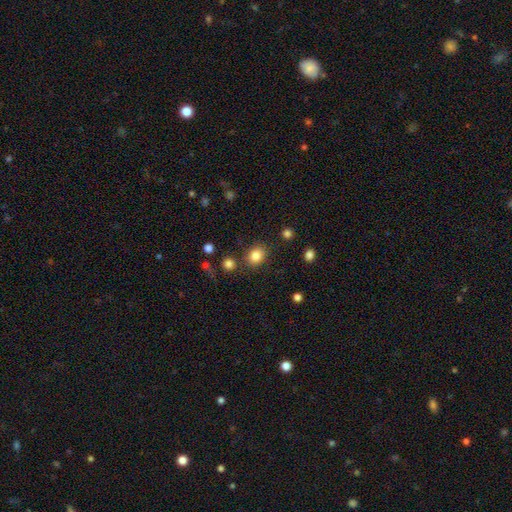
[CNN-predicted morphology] Smooth or featured: smooth — 84% (star or artifact — 11%)
How rounded: round — 61% (in between — 38%)
Merging: none — 81% (minor disturbance — 11%)